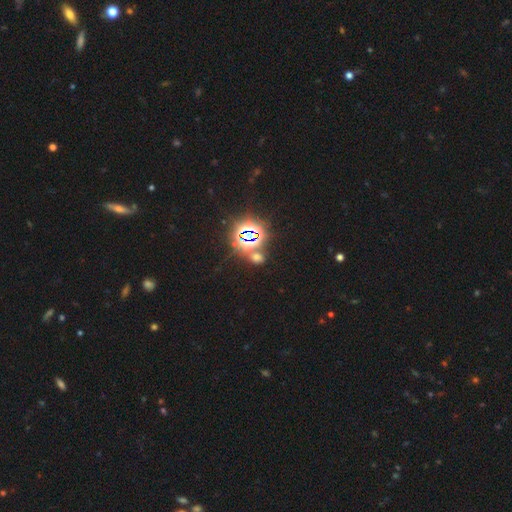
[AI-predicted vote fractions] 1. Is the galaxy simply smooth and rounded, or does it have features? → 77% star or artifact, 16% smooth, 8% featured or disk.